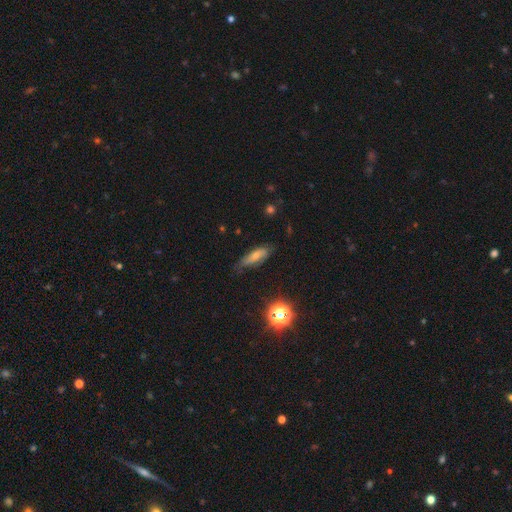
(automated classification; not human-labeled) A smooth galaxy with no disk features (62%) that is in between round and cigar-shaped (53%). Merging: none (66%).